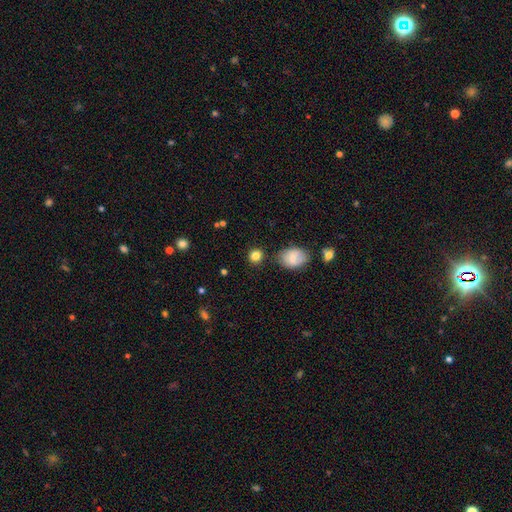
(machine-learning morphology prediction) Overall: smooth (84%). How rounded: round (82%). Merging: none (83%).